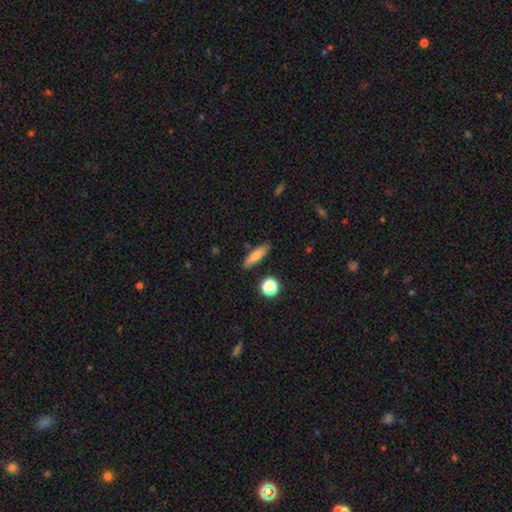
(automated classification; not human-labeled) Smooth or featured? smooth (75%)
How rounded? cigar-shaped (58%)
Merging? none (84%)